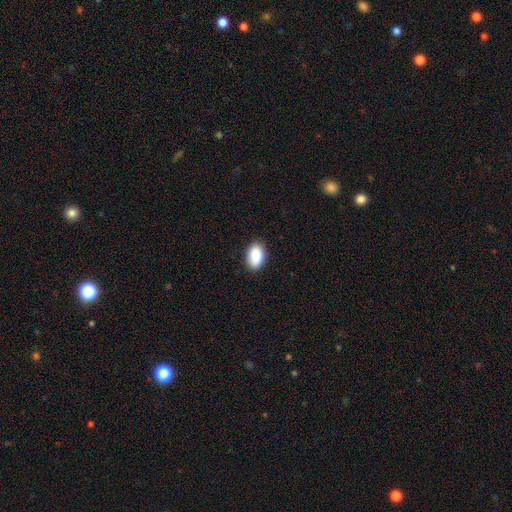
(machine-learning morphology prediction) Overall: smooth (88%). How rounded: in between (91%). Merging: none (87%).